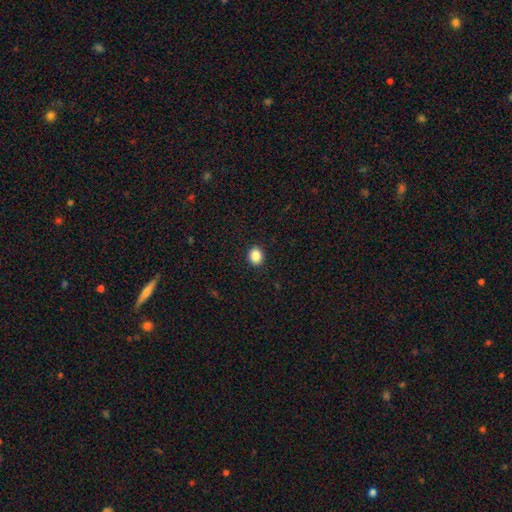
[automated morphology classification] The model was most divided on "how rounded": round: 70%, in between: 29%, cigar-shaped: 1%. More confident: merging — none (91%); smooth or featured — smooth (87%).